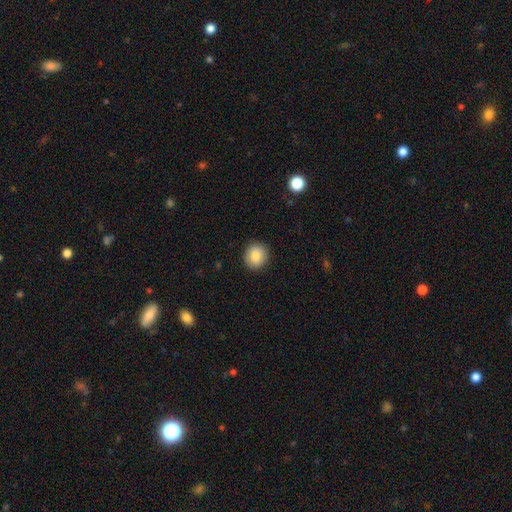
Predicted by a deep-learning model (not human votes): Smooth or featured: smooth — 86% (star or artifact — 8%)
How rounded: round — 83% (in between — 16%)
Merging: none — 90% (minor disturbance — 7%)